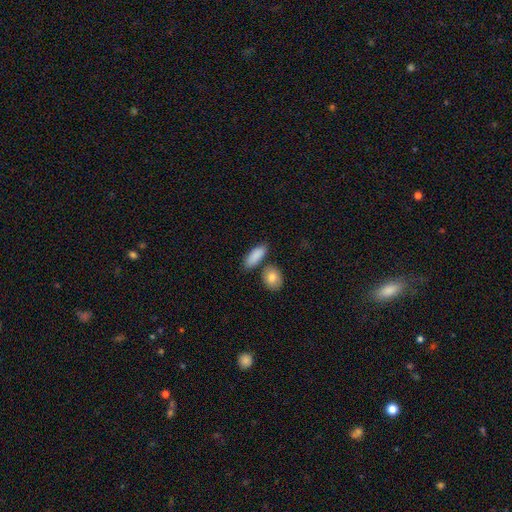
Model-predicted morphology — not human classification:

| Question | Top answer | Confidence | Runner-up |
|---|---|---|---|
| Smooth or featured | smooth | 88% | featured or disk (6%) |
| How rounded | in between | 77% | cigar-shaped (18%) |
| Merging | none | 71% | minor disturbance (13%) |